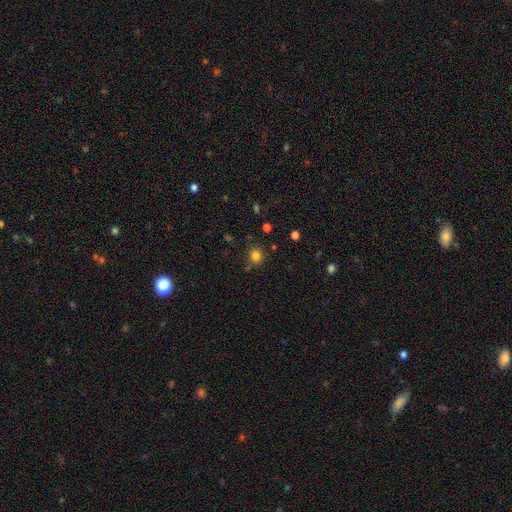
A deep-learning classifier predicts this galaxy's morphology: Smooth or featured? Predicted: smooth (p=0.80). How rounded? Predicted: round (p=0.87). Merging? Predicted: none (p=0.81).